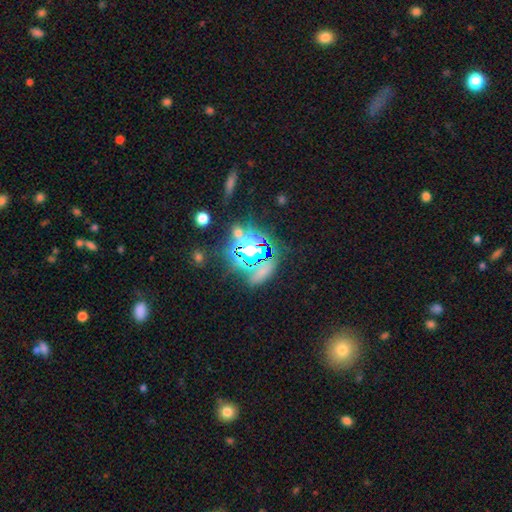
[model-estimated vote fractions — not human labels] Smooth or featured: star or artifact — 66% (smooth — 21%)